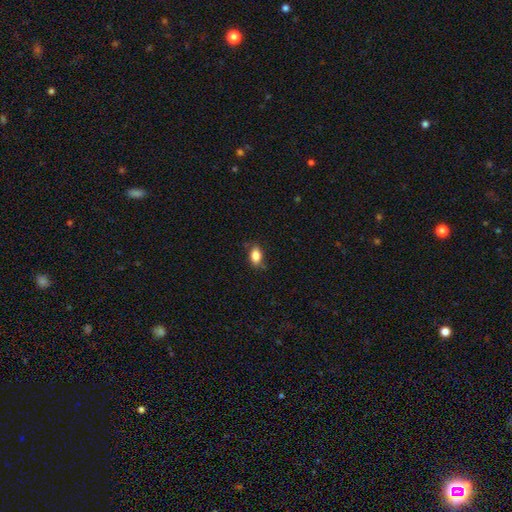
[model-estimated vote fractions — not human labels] Smooth or featured?
  - smooth: 84% *
  - star or artifact: 9%
  - featured or disk: 8%
How rounded?
  - in between: 83% *
  - round: 14%
  - cigar-shaped: 3%
Merging?
  - none: 74% *
  - minor disturbance: 21%
  - major disturbance: 4%
  - merger: 1%